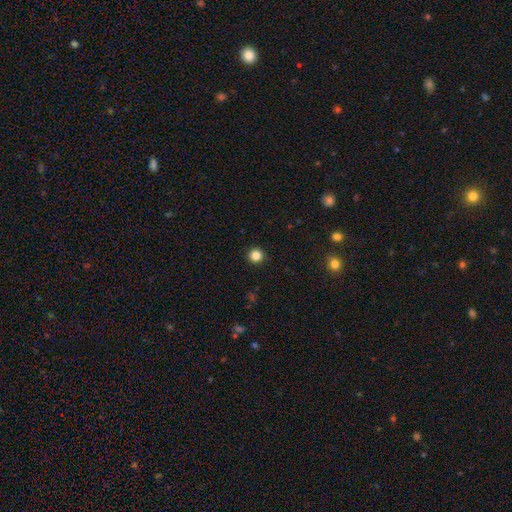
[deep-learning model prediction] Smooth or featured?
  - smooth: 84% *
  - star or artifact: 12%
  - featured or disk: 4%
How rounded?
  - round: 95% *
  - in between: 4%
  - cigar-shaped: 1%
Merging?
  - none: 93% *
  - minor disturbance: 4%
  - major disturbance: 2%
  - merger: 1%